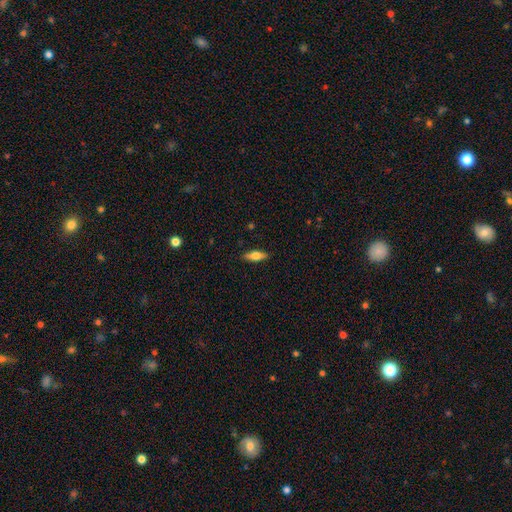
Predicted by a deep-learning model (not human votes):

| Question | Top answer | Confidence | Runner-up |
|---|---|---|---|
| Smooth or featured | smooth | 65% | featured or disk (29%) |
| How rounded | in between | 60% | cigar-shaped (38%) |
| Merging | none | 88% | minor disturbance (9%) |